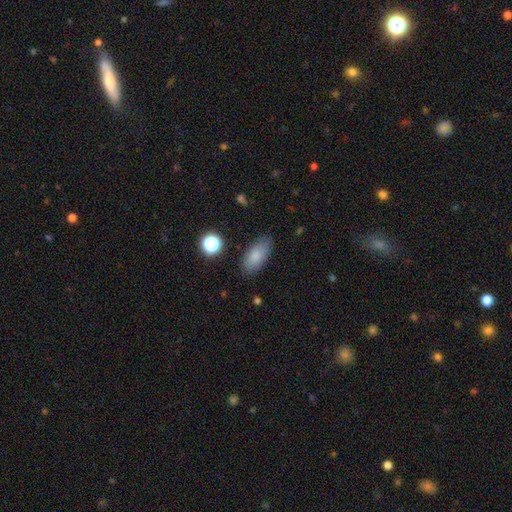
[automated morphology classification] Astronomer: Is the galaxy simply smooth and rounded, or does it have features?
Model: smooth — 81%.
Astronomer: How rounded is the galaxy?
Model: in between — 86%.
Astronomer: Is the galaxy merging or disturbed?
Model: none — 83%.